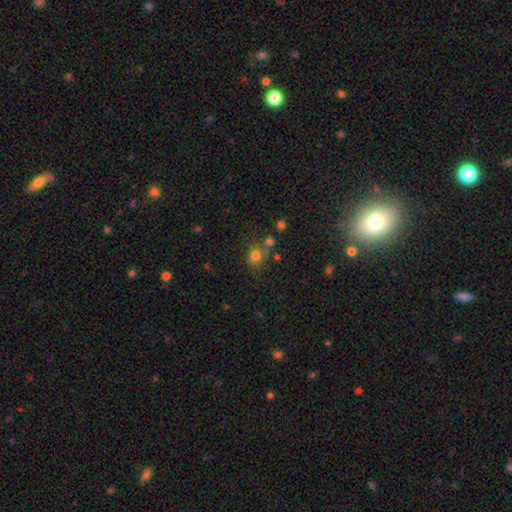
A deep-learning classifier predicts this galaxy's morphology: This is likely a smooth galaxy (77%). How rounded: likely round (73%). Merging: likely none (65%).